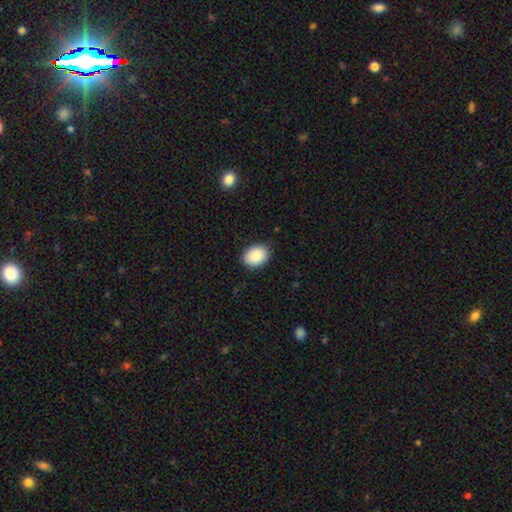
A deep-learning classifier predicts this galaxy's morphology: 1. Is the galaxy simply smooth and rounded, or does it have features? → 90% smooth, 7% star or artifact, 3% featured or disk.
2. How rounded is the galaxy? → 70% in between, 29% round, 1% cigar-shaped.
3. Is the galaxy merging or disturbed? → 88% none, 9% minor disturbance, 2% major disturbance, 1% merger.